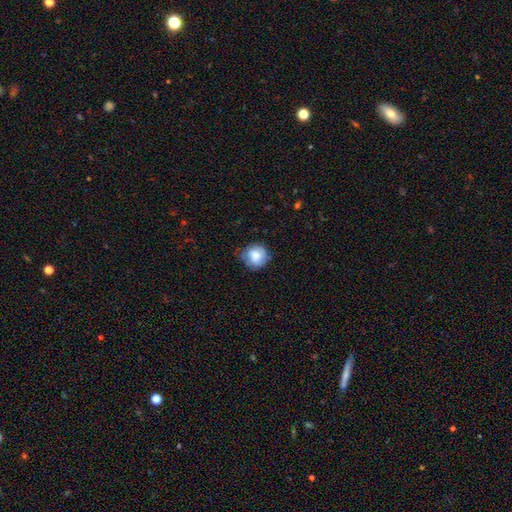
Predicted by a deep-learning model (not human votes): smooth 74%, featured or disk 18%, star or artifact 8%. Down the decision tree: how rounded — round (87%); merging — none (70%).